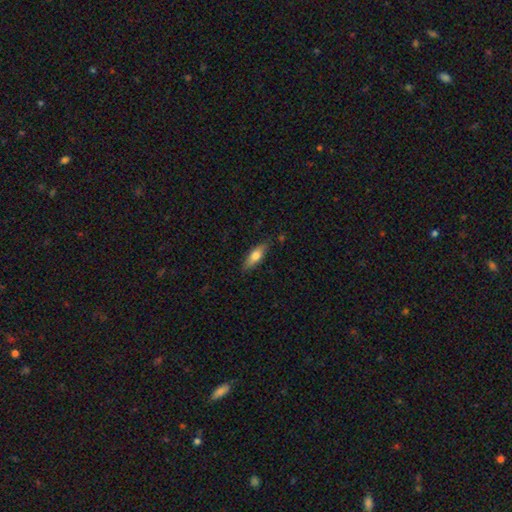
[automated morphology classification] The model was most divided on "how rounded": in between: 49%, cigar-shaped: 48%, round: 3%. More confident: merging — none (82%); smooth or featured — smooth (62%).